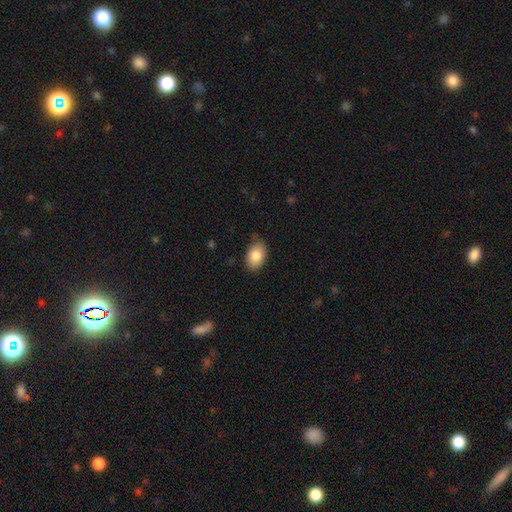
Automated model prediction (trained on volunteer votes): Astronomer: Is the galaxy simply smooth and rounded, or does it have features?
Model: smooth — 84%.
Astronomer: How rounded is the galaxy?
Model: in between — 88%.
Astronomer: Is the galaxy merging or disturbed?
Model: none — 79%.